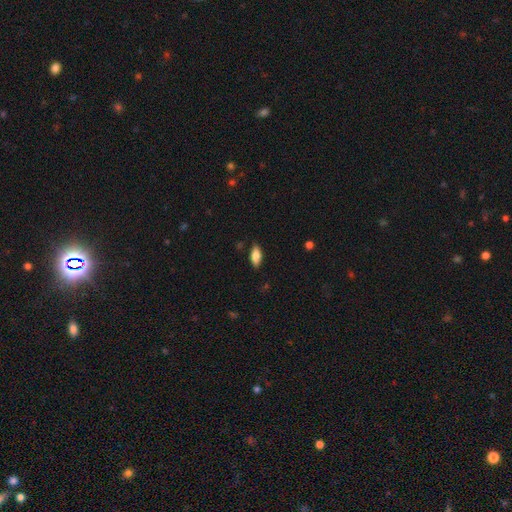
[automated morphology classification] This is clearly a smooth galaxy (80%). How rounded: clearly in between (82%). Merging: clearly none (85%).